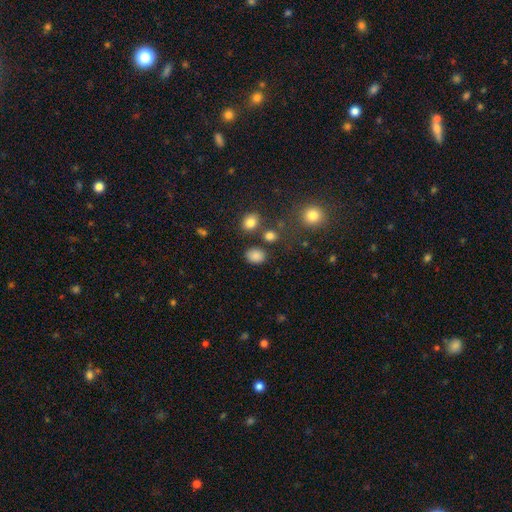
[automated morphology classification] Smooth or featured: smooth — 83% (star or artifact — 12%)
How rounded: in between — 58% (round — 41%)
Merging: none — 79% (minor disturbance — 11%)